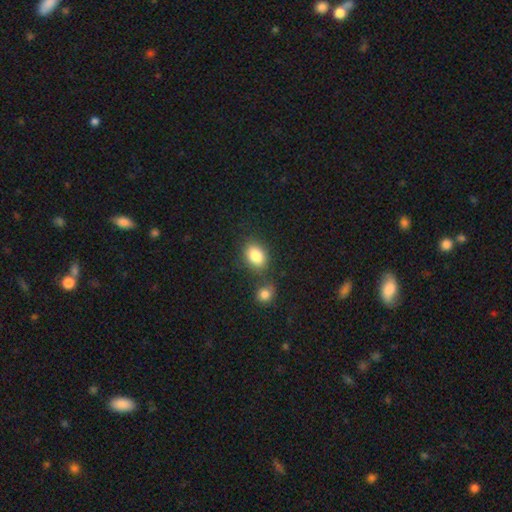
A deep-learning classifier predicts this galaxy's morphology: smooth-or-featured: smooth: 85% | star or artifact: 9% | featured or disk: 7%
  how-rounded: in between: 75% | round: 24% | cigar-shaped: 1%
  merging: none: 67% | merger: 17% | minor disturbance: 12% | major disturbance: 4%